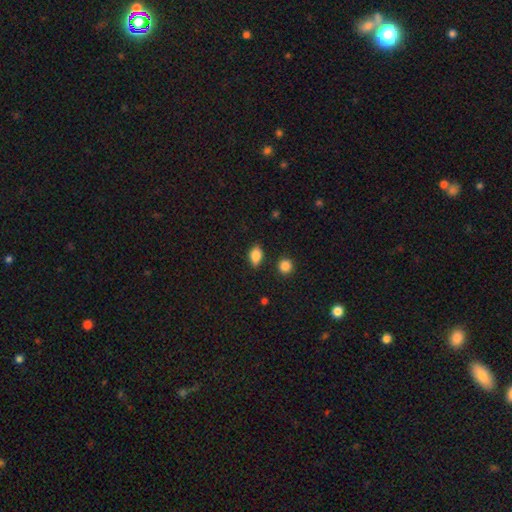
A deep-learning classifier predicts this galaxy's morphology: Smooth or featured: smooth — 85% (star or artifact — 9%)
How rounded: in between — 83% (round — 14%)
Merging: none — 82% (minor disturbance — 13%)